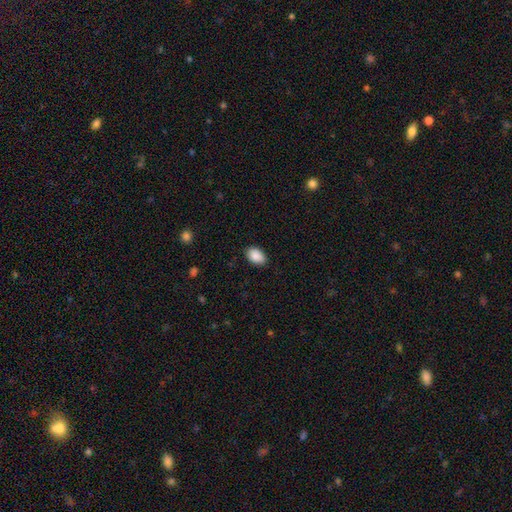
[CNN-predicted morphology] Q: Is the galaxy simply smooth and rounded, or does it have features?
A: smooth — 90%.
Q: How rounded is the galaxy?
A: in between — 91%.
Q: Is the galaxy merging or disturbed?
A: none — 87%.